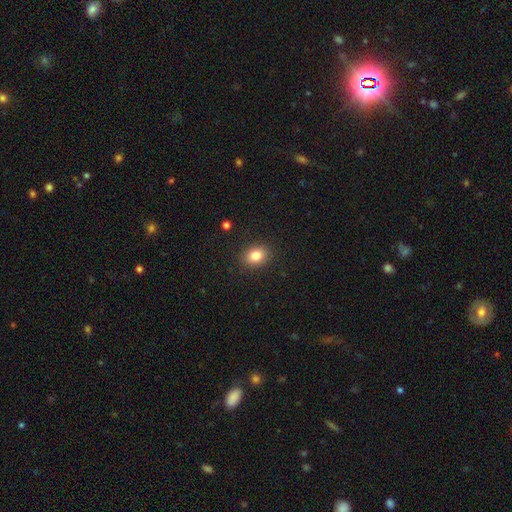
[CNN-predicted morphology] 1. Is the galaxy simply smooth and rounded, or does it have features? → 83% smooth, 10% star or artifact, 7% featured or disk.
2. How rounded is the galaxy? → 58% in between, 41% round, 1% cigar-shaped.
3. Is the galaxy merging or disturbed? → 89% none, 8% minor disturbance, 2% major disturbance, 1% merger.